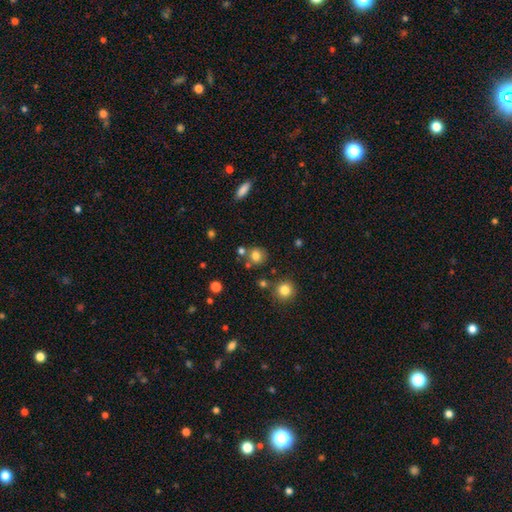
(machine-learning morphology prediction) The model was most divided on "merging": none: 74%, merger: 12%, minor disturbance: 11%, major disturbance: 4%. More confident: how rounded — round (85%); smooth or featured — smooth (78%).